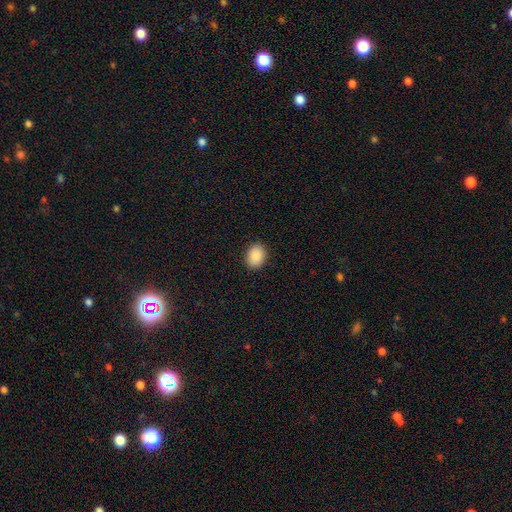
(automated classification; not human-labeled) Morphology: type=smooth (90%); roundness=in between (65%); merging=none (90%).